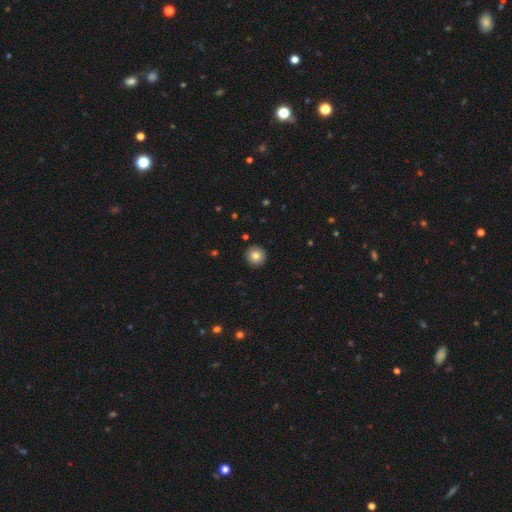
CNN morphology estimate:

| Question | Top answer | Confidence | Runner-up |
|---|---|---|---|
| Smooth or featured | smooth | 82% | star or artifact (9%) |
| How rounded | round | 95% | in between (4%) |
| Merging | none | 92% | minor disturbance (5%) |